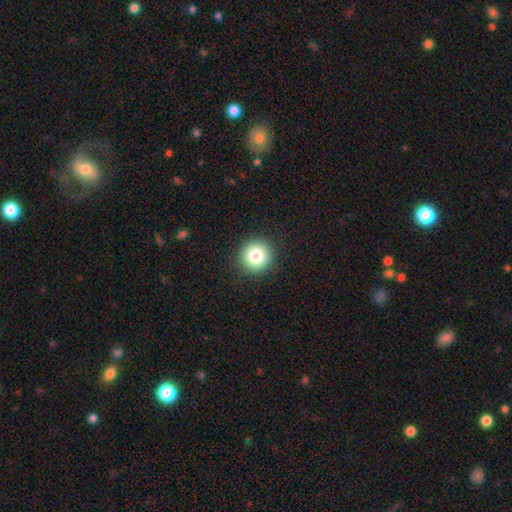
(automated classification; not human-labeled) This appears to be a smooth galaxy with no disk features (84%) that is round (94%). Merging: none (92%).